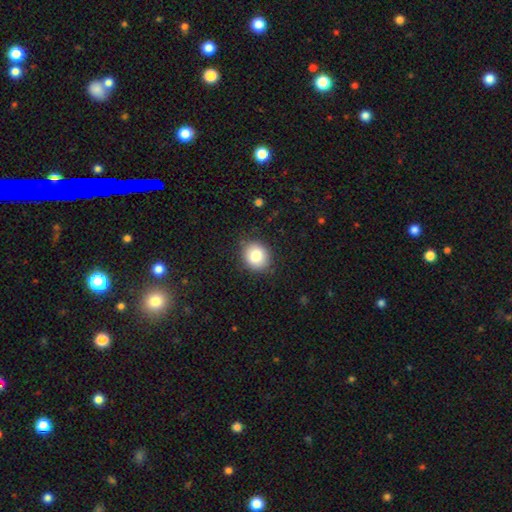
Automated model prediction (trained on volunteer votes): Smooth or featured: smooth — 83% (star or artifact — 9%)
How rounded: round — 68% (in between — 31%)
Merging: none — 84% (minor disturbance — 12%)